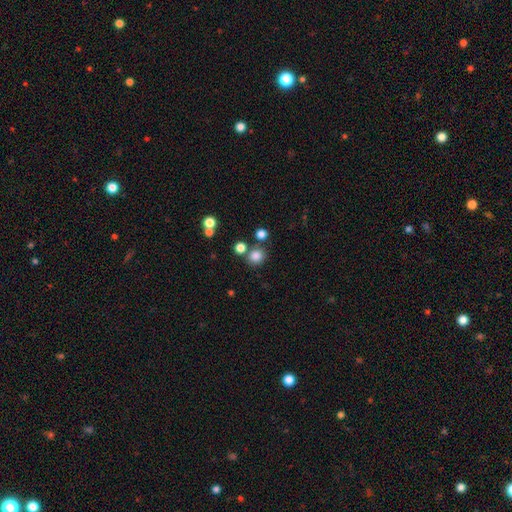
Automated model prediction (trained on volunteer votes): This is clearly a smooth galaxy (81%). How rounded: clearly round (88%). Merging: likely none (73%).